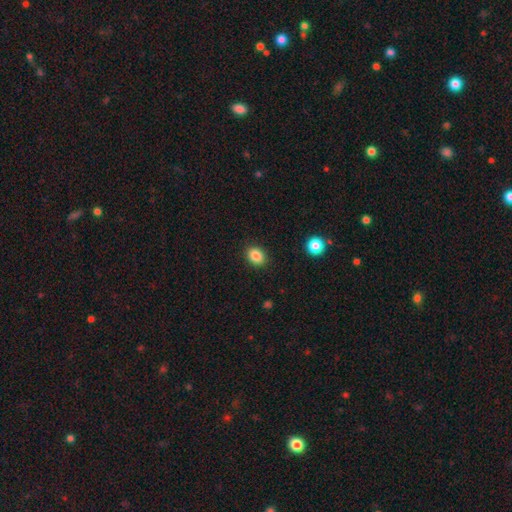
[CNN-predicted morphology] smooth-or-featured: smooth: 86% | star or artifact: 10% | featured or disk: 4%
  how-rounded: in between: 57% | round: 42% | cigar-shaped: 1%
  merging: none: 90% | minor disturbance: 7% | major disturbance: 2% | merger: 1%